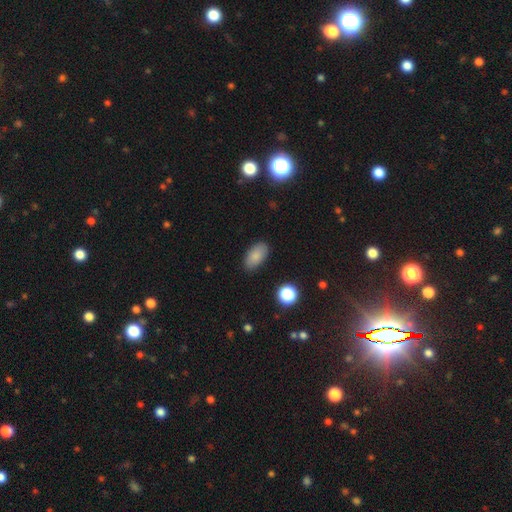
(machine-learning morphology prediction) Smooth or featured?
  - smooth: 84% *
  - star or artifact: 9%
  - featured or disk: 8%
How rounded?
  - in between: 92% *
  - round: 5%
  - cigar-shaped: 3%
Merging?
  - none: 85% *
  - minor disturbance: 11%
  - major disturbance: 3%
  - merger: 1%